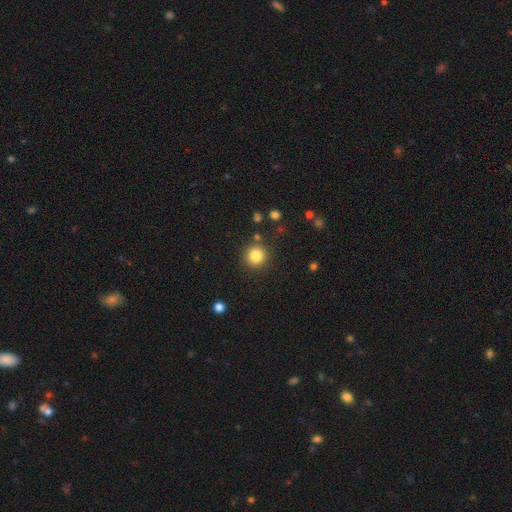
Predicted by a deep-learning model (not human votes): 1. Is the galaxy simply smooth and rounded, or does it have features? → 84% smooth, 11% star or artifact, 5% featured or disk.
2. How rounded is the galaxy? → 93% round, 6% in between, 1% cigar-shaped.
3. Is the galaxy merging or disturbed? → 88% none, 7% minor disturbance, 3% merger, 3% major disturbance.